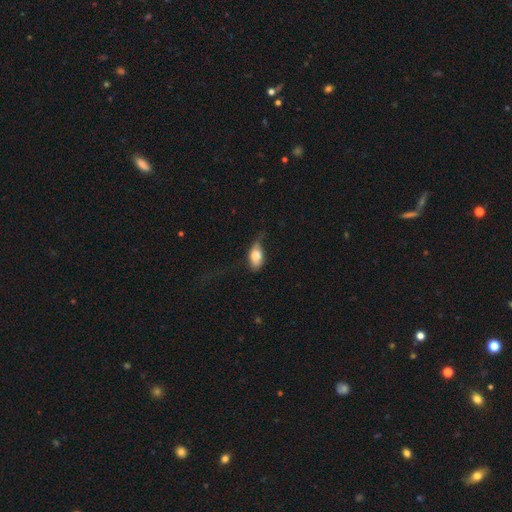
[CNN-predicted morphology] The model was most divided on "merging": minor disturbance: 36%, none: 32%, major disturbance: 30%, merger: 3%. More confident: how rounded — in between (88%); smooth or featured — smooth (75%).